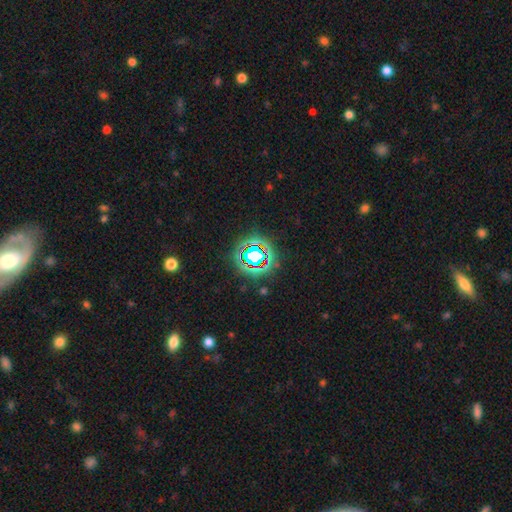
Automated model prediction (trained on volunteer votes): A star or artifact, not a galaxy (68%).

Vote fractions:
- Smooth or featured? star or artifact: 68% / smooth: 20% / featured or disk: 12%